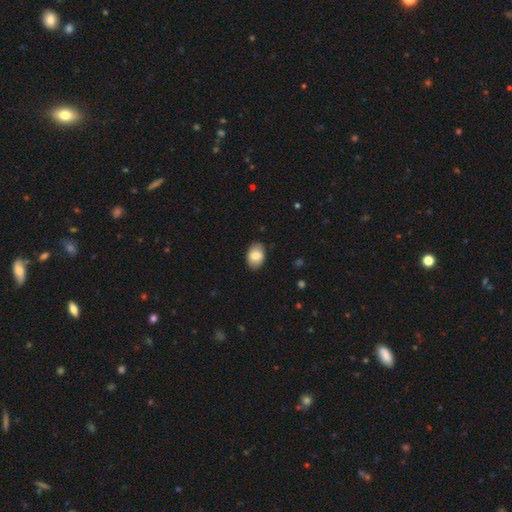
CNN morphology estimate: Overall: smooth (80%). How rounded: in between (85%). Merging: none (84%).